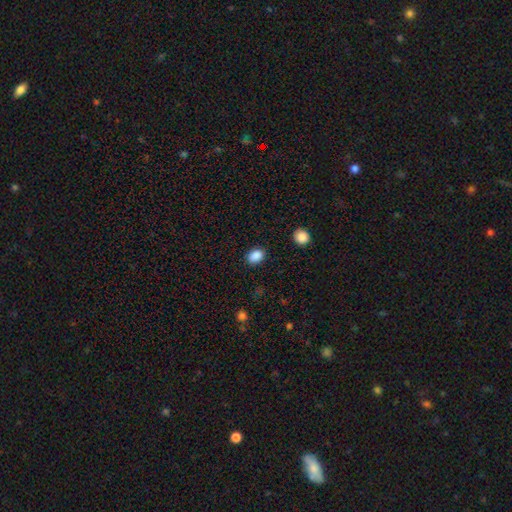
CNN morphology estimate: Overall: smooth (88%). How rounded: in between (70%). Merging: none (86%).